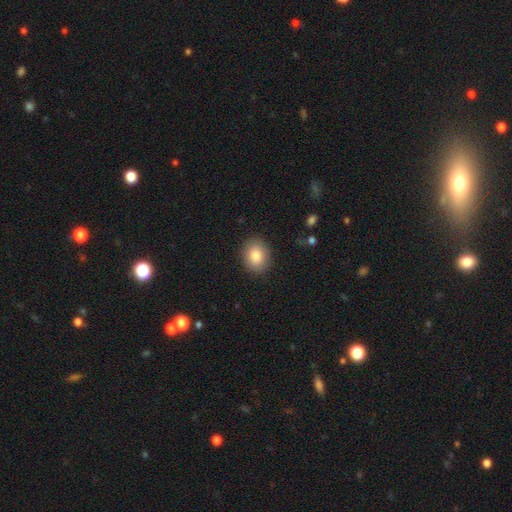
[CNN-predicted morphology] This is clearly a smooth galaxy (85%). How rounded: possibly in between (56%). Merging: clearly none (88%).